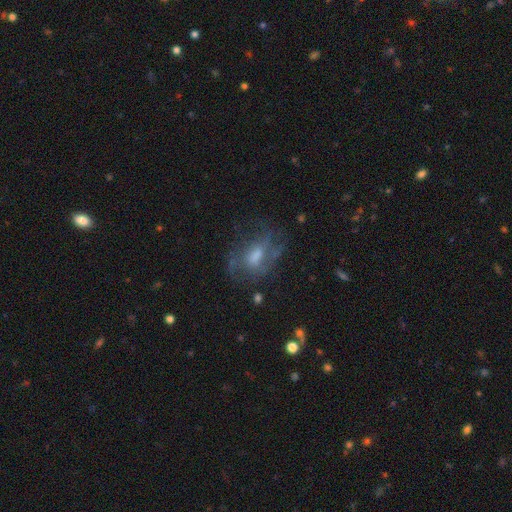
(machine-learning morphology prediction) A featured or disk galaxy (61%) with no bar (48%), spiral arms (67%) and a moderate central bulge (50%). Merging: none (58%).